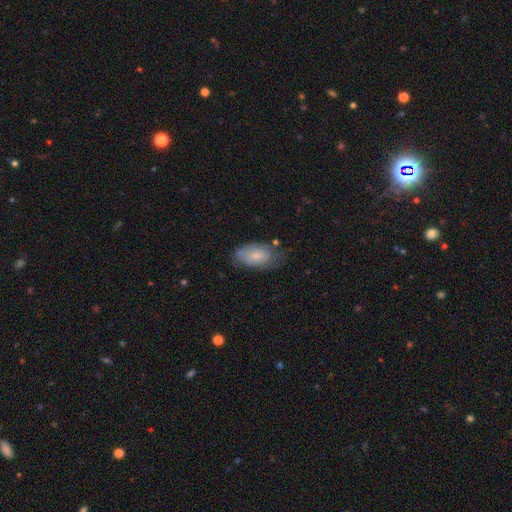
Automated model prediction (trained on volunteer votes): smooth-or-featured: smooth: 74% | featured or disk: 20% | star or artifact: 7%
  how-rounded: in between: 93% | cigar-shaped: 4% | round: 4%
  merging: none: 56% | minor disturbance: 31% | major disturbance: 10% | merger: 3%